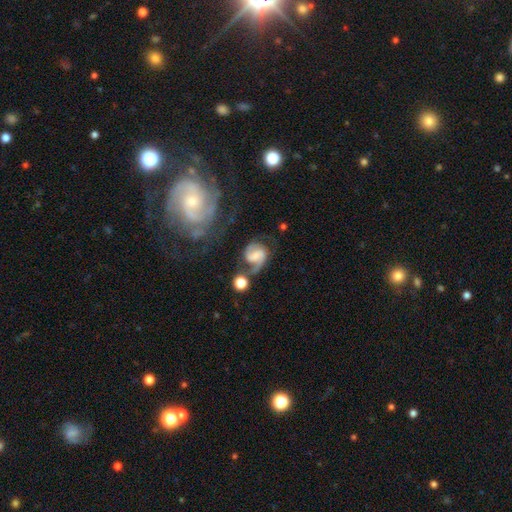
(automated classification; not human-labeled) The model was most divided on "bulge size": small: 40%, moderate: 27%, none: 23%, large: 7%, dominant: 2%. Remaining: edge-on disk — no (98%); spiral arms — yes (96%); smooth or featured — featured or disk (80%); spiral arm count — 2 (79%); spiral winding — medium (50%); merging — none (48%); bar — weak (47%).